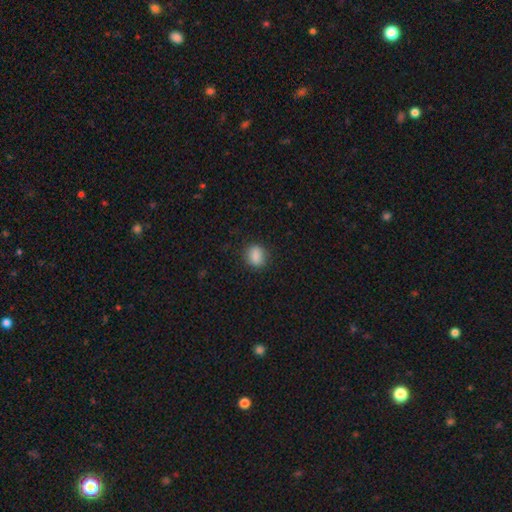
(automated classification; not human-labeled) Smooth or featured? Predicted: smooth (p=0.86). How rounded? Predicted: in between (p=0.51). Merging? Predicted: none (p=0.83).